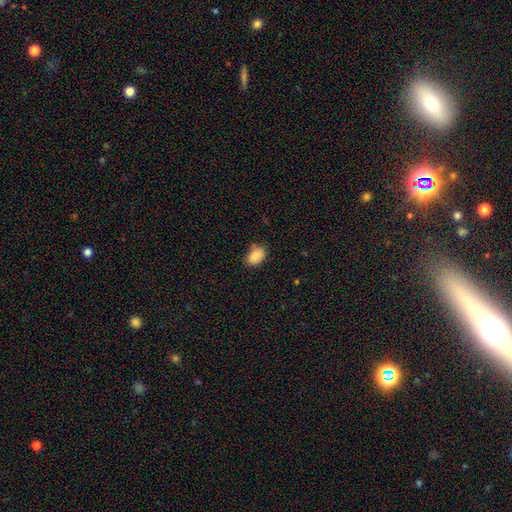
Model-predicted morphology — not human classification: Overall: smooth (88%). How rounded: in between (80%). Merging: none (76%).